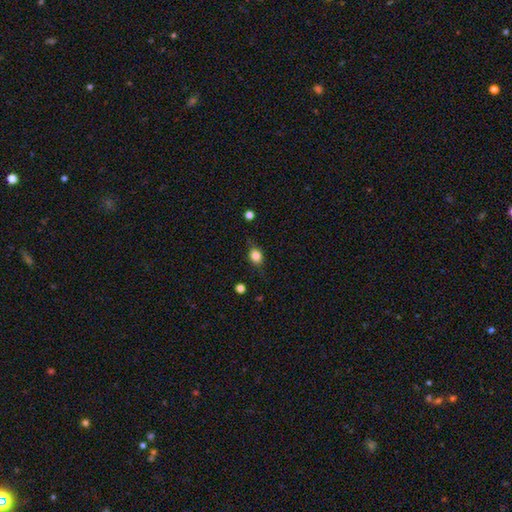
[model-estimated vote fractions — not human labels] Smooth or featured: smooth — 79% (featured or disk — 10%)
How rounded: in between — 51% (round — 47%)
Merging: none — 74% (minor disturbance — 20%)